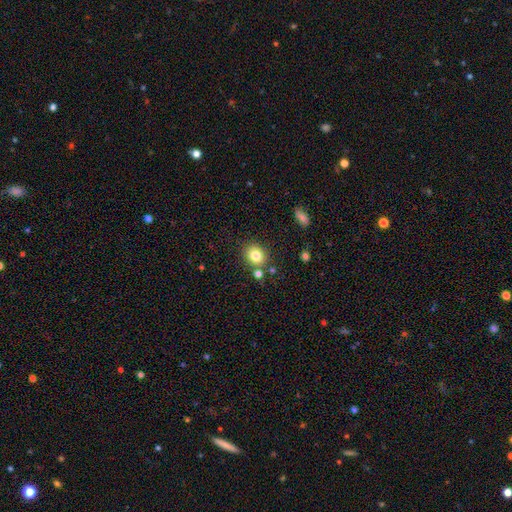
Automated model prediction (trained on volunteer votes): A smooth galaxy with no disk features (81%) that is round (70%).

Vote fractions:
- Smooth or featured? smooth: 81% / star or artifact: 11% / featured or disk: 8%
- How rounded? round: 70% / in between: 29% / cigar-shaped: 1%
- Merging? none: 78% / minor disturbance: 9% / merger: 9% / major disturbance: 3%